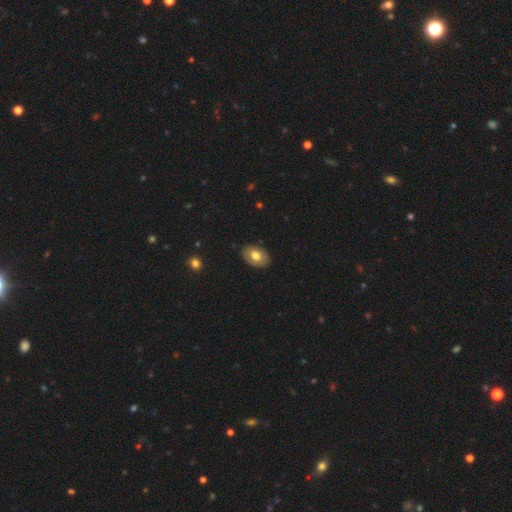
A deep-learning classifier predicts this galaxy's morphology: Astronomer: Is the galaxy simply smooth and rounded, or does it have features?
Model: smooth — 66%.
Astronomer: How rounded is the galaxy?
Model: in between — 83%.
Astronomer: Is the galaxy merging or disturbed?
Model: none — 86%.